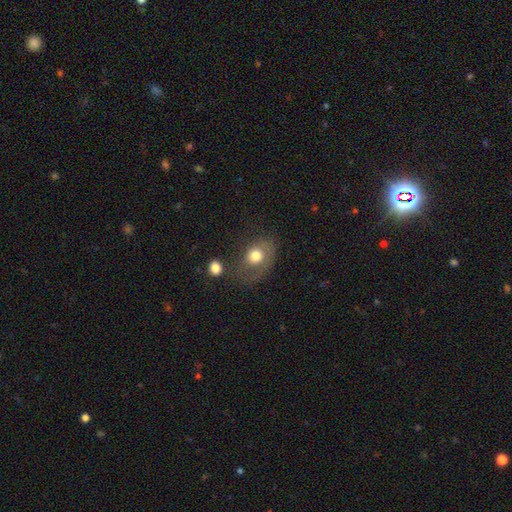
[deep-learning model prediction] A smooth galaxy with no disk features (68%) that is in between round and cigar-shaped (56%).

Vote fractions:
- Smooth or featured? smooth: 68% / featured or disk: 23% / star or artifact: 9%
- How rounded? in between: 56% / round: 43% / cigar-shaped: 1%
- Merging? none: 41% / major disturbance: 27% / minor disturbance: 25% / merger: 7%